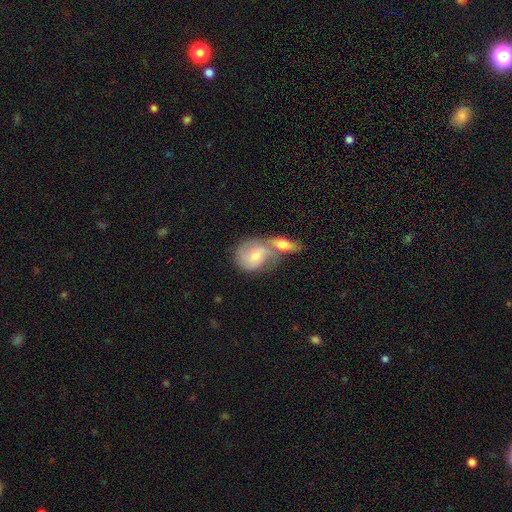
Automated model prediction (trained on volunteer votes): Overall: smooth (48%; featured or disk 46%). Merging: merger (62%; none 25%).